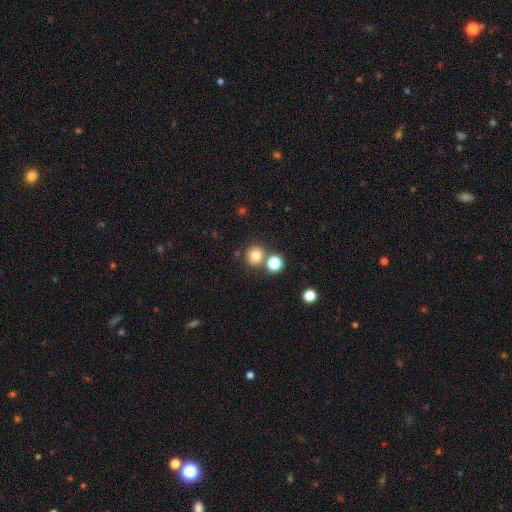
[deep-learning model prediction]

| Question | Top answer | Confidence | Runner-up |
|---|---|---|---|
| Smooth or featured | smooth | 79% | star or artifact (14%) |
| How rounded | round | 91% | in between (8%) |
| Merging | none | 73% | merger (16%) |